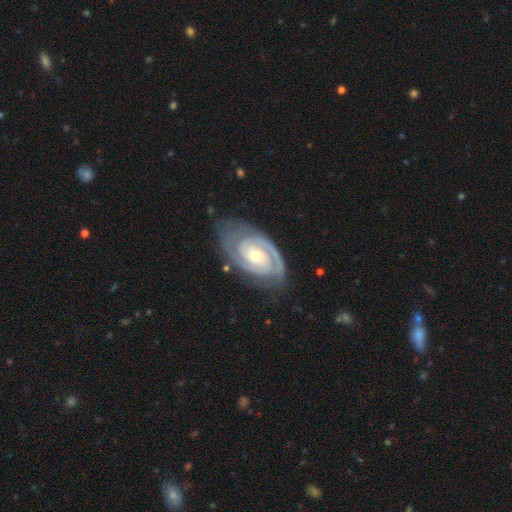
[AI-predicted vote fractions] This appears to be a featured or disk galaxy (91%) with no bar (66%), 2 (83%) tight (77%) spiral arms (98%) and a small central bulge (56%). Merging: none (74%).